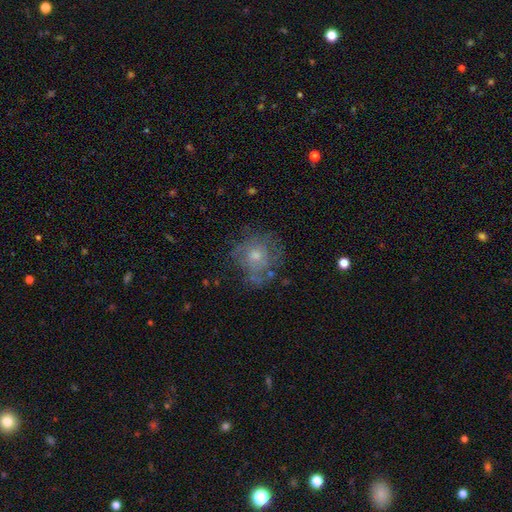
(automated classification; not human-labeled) The model was most divided on "smooth or featured": featured or disk: 51%, smooth: 36%, star or artifact: 14%. More confident: edge-on disk — no (97%); merging — none (64%).